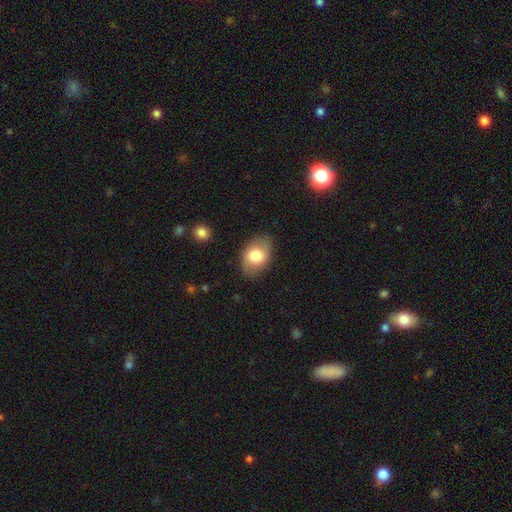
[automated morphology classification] smooth-or-featured: smooth: 78% | featured or disk: 16% | star or artifact: 7%
  how-rounded: in between: 84% | round: 15% | cigar-shaped: 1%
  merging: none: 82% | minor disturbance: 13% | major disturbance: 3% | merger: 1%